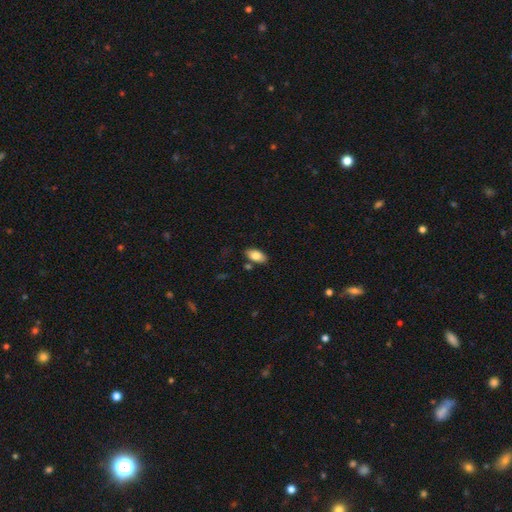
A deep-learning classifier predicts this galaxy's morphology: This appears to be a smooth galaxy with no disk features (82%) that is in between round and cigar-shaped (93%). Merging: none (82%).